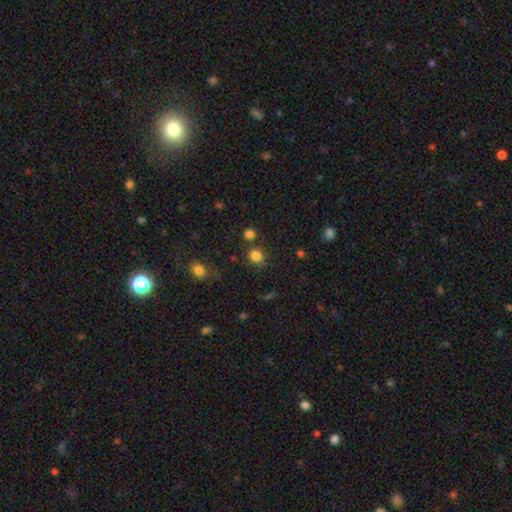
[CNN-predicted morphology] The model was most divided on "merging": none: 75%, merger: 11%, minor disturbance: 11%, major disturbance: 4%. More confident: how rounded — round (86%); smooth or featured — smooth (82%).